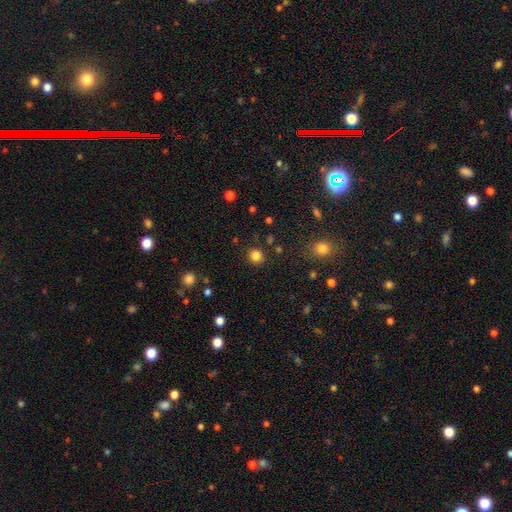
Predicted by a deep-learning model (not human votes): The model was most divided on "smooth or featured": smooth: 83%, star or artifact: 13%, featured or disk: 4%. More confident: how rounded — round (89%); merging — none (88%).